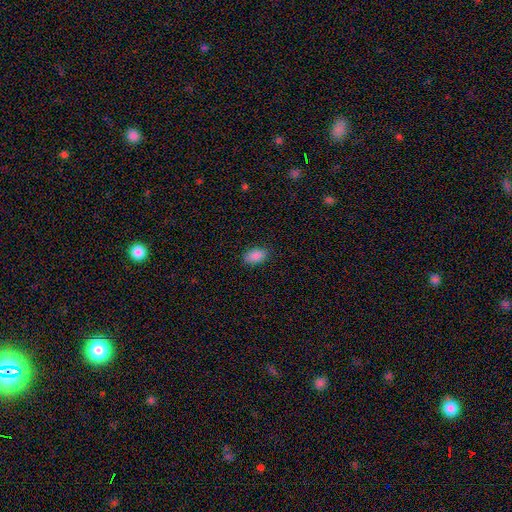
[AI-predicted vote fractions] Smooth or featured? smooth (88%)
How rounded? in between (91%)
Merging? none (84%)